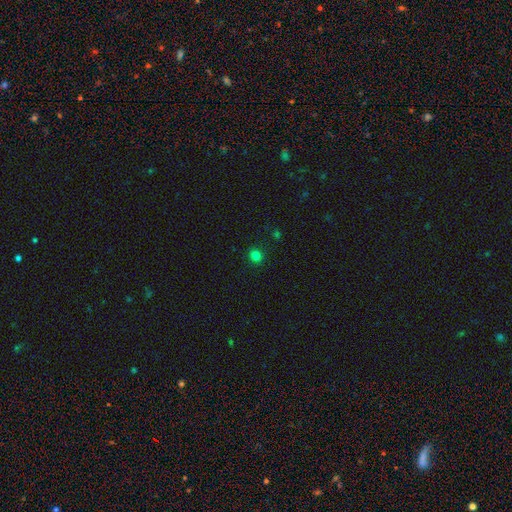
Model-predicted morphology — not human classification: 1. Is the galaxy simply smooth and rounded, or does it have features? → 79% smooth, 17% star or artifact, 4% featured or disk.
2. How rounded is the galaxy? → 80% round, 19% in between, 1% cigar-shaped.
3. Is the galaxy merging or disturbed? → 90% none, 7% minor disturbance, 2% major disturbance, 1% merger.